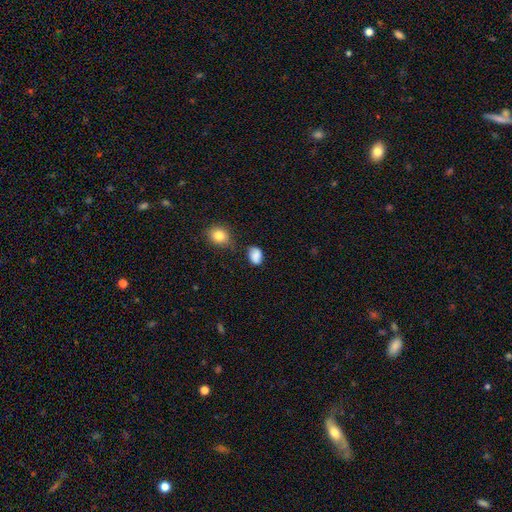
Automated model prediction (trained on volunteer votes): This appears to be a smooth galaxy with no disk features (82%) that is in between round and cigar-shaped (71%). Merging: none (58%).